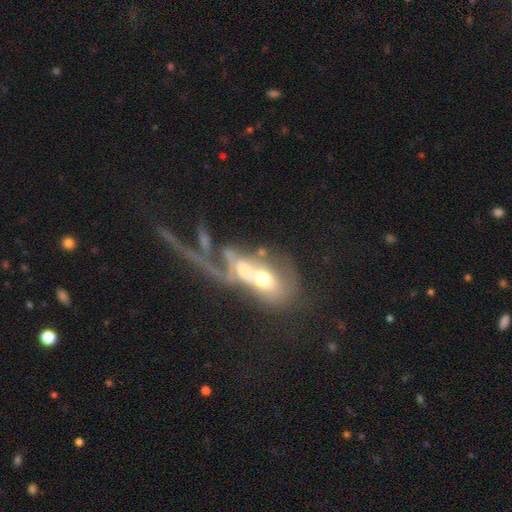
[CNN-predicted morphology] Smooth or featured: featured or disk — 63% (smooth — 24%)
Edge-on disk: no — 81% (yes — 19%)
Bar: no — 68% (weak — 21%)
Spiral arms: no — 53% (yes — 47%)
Bulge size: moderate — 57% (small — 25%)
Merging: merger — 57% (major disturbance — 22%)